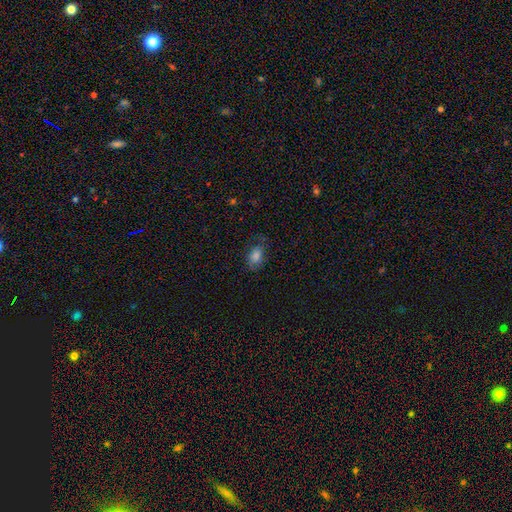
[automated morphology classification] Smooth or featured? smooth (73%)
How rounded? in between (79%)
Merging? none (65%)